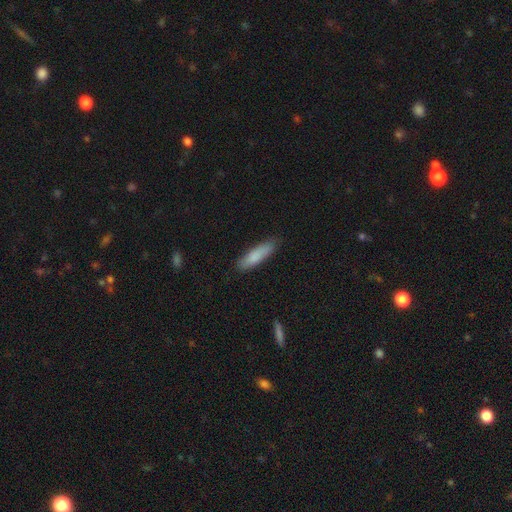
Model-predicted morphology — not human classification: Smooth or featured: smooth — 83% (featured or disk — 11%)
How rounded: cigar-shaped — 71% (in between — 27%)
Merging: none — 84% (minor disturbance — 12%)